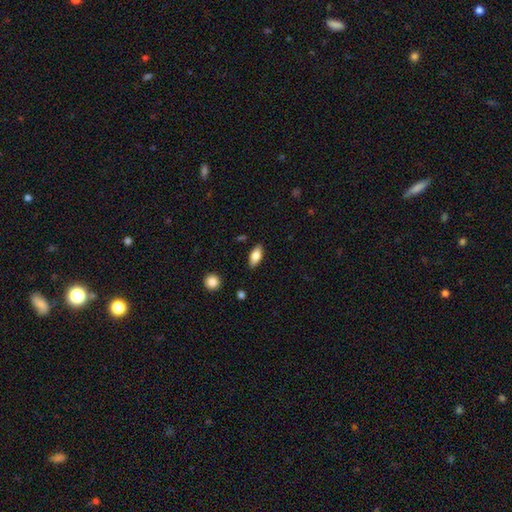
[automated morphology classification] The model was most divided on "smooth or featured": smooth: 77%, featured or disk: 16%, star or artifact: 7%. More confident: merging — none (87%); how rounded — in between (85%).